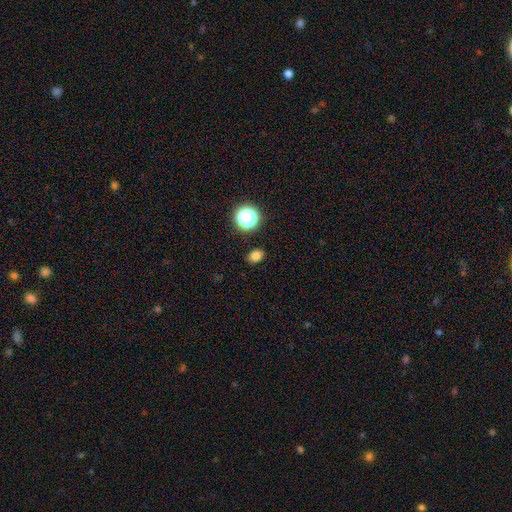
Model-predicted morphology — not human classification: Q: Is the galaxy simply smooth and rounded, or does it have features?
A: smooth — 79%.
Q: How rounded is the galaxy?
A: in between — 62%.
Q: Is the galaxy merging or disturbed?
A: none — 88%.